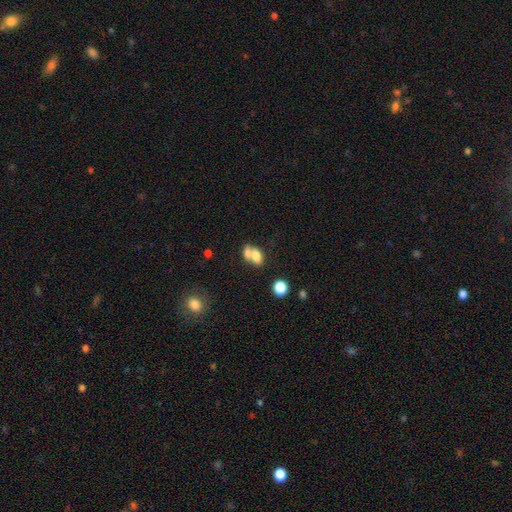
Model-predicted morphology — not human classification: Smooth or featured?
  - smooth: 71% *
  - featured or disk: 18%
  - star or artifact: 10%
How rounded?
  - in between: 80% *
  - round: 15%
  - cigar-shaped: 5%
Merging?
  - merger: 60% *
  - none: 26%
  - minor disturbance: 9%
  - major disturbance: 5%